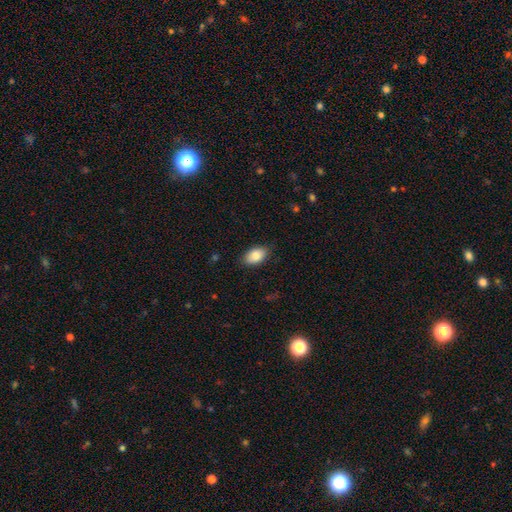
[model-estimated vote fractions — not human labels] Smooth or featured? Predicted: smooth (p=0.87). How rounded? Predicted: in between (p=0.92). Merging? Predicted: none (p=0.83).